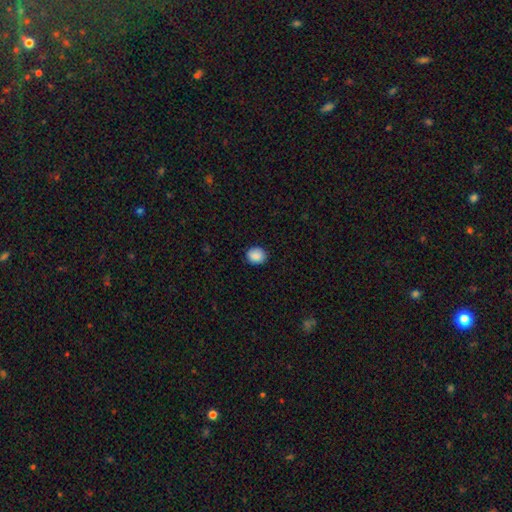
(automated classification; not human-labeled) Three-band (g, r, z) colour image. It shows a smooth galaxy with no disk features (89%) that is round (72%). Merging: none (88%).